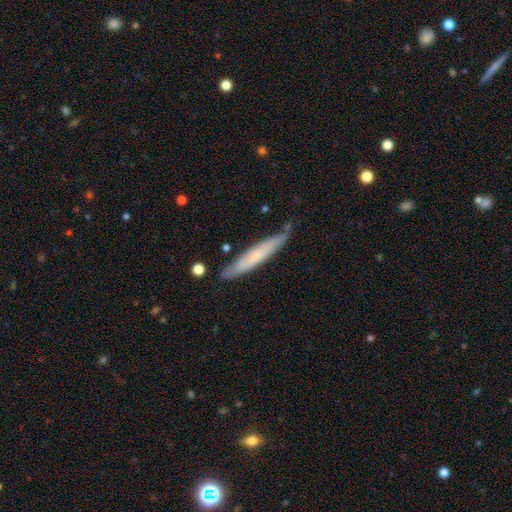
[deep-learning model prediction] Q: Smooth or featured?
A: smooth (57%); runner-up: featured or disk (36%)
Q: How rounded?
A: cigar-shaped (92%); runner-up: in between (7%)
Q: Merging?
A: none (74%); runner-up: minor disturbance (20%)